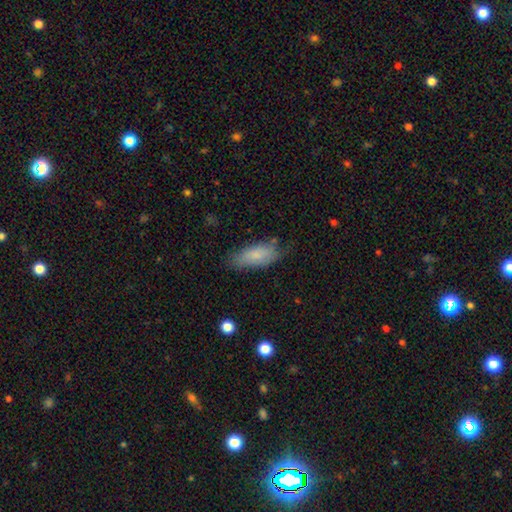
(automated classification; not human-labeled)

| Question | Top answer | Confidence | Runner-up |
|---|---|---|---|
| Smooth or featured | smooth | 81% | featured or disk (13%) |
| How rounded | in between | 76% | cigar-shaped (22%) |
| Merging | none | 68% | minor disturbance (24%) |